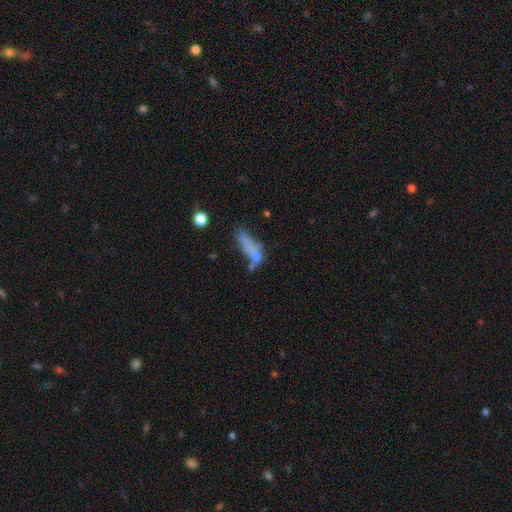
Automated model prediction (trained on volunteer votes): This is possibly a smooth galaxy (57%). How rounded: possibly in between (52%). Merging: marginally merger (30%).